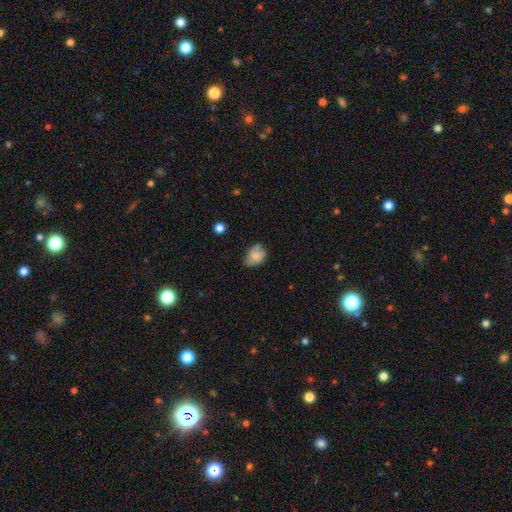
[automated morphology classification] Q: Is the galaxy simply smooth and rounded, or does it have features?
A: smooth — 61%.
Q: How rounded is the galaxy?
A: in between — 73%.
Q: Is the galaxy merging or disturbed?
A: none — 53%.